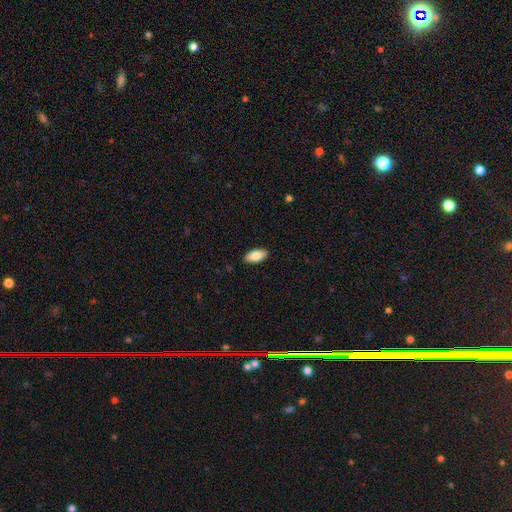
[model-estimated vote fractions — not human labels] This is clearly a smooth galaxy (83%). How rounded: clearly in between (92%). Merging: clearly none (89%).